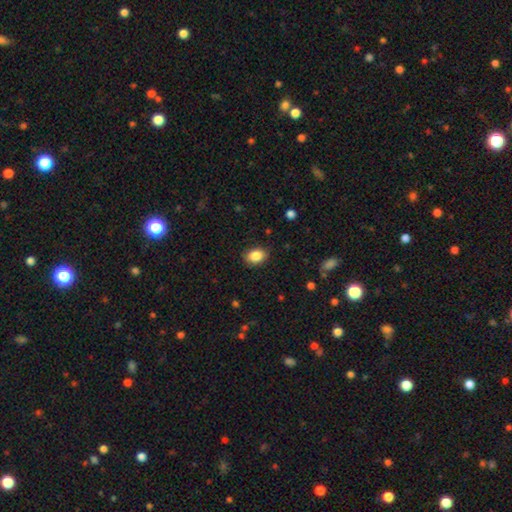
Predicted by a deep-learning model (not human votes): smooth 87%, star or artifact 8%, featured or disk 5%. Down the decision tree: how rounded — in between (71%); merging — none (87%).